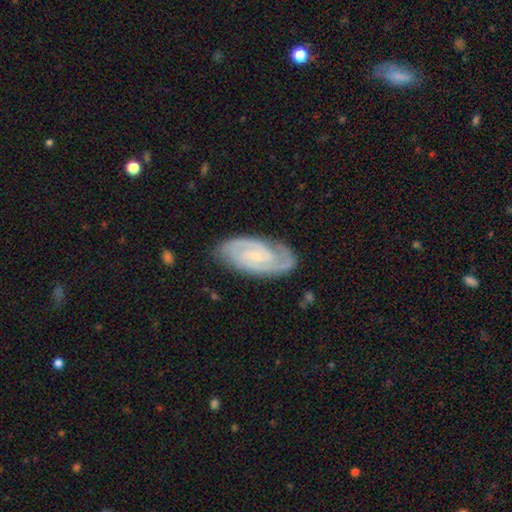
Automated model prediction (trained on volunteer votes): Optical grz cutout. It shows a featured or disk galaxy (88%) with no bar (45%), 2 (85%) tight (61%) spiral arms (98%) and a small central bulge (71%). Merging: none (82%).